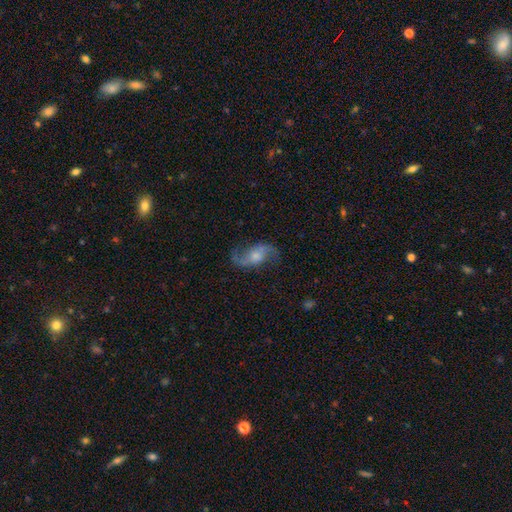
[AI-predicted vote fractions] Smooth or featured? Predicted: featured or disk (p=0.83). Edge-on disk? Predicted: no (p=0.96). Bar? Predicted: no (p=0.52). Spiral arms? Predicted: yes (p=0.95). Spiral winding? Predicted: loose (p=0.69). Spiral arm count? Predicted: 2 (p=0.93). Bulge size? Predicted: moderate (p=0.44). Merging? Predicted: none (p=0.75).